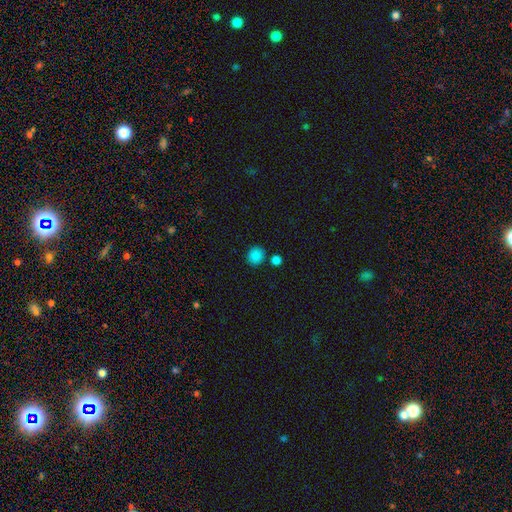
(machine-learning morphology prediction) The model was most divided on "how rounded": round: 80%, in between: 19%, cigar-shaped: 1%. More confident: smooth or featured — smooth (85%); merging — none (78%).